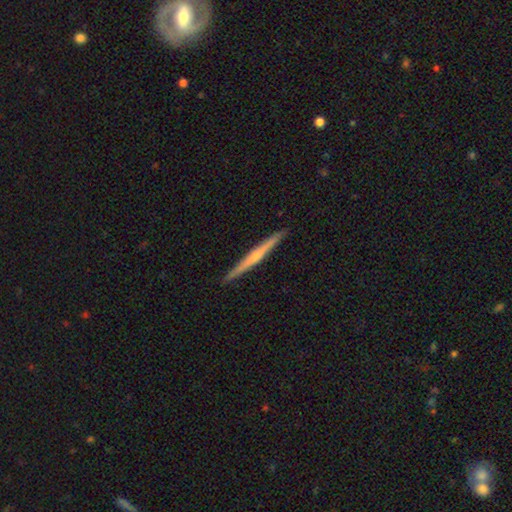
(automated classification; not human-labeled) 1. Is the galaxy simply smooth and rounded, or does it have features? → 62% featured or disk, 33% smooth, 5% star or artifact.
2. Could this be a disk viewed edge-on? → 98% yes, 2% no.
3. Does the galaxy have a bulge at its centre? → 50% rounded, 44% none, 6% boxy.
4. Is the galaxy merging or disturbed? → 92% none, 6% minor disturbance, 1% major disturbance, 1% merger.